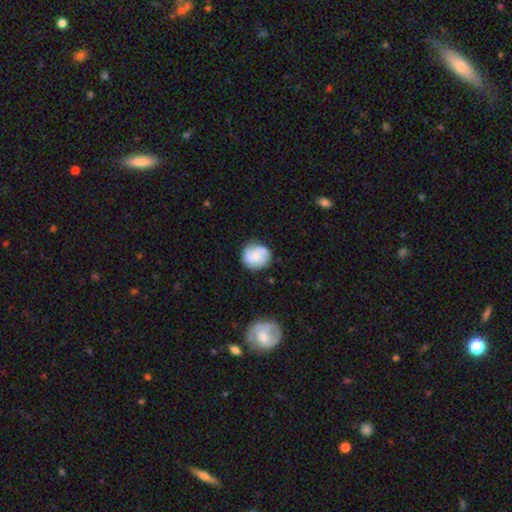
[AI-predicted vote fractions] A featured or disk galaxy (47%). Merging: none (77%).